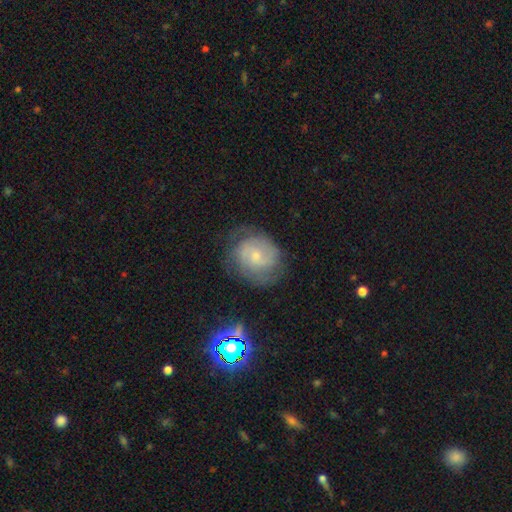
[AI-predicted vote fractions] The model was most divided on "spiral winding": tight: 50%, medium: 38%, loose: 12%. Remaining: edge-on disk — no (97%); spiral arms — yes (89%); bulge size — small (70%); merging — none (66%); smooth or featured — featured or disk (66%); bar — no (63%); spiral arm count — 2 (46%).